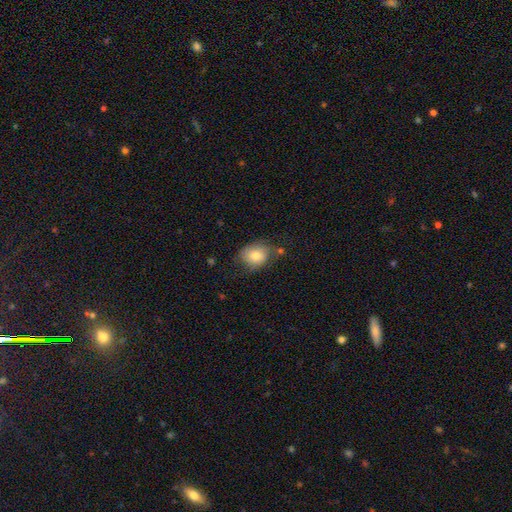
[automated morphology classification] A smooth galaxy with no disk features (74%) that is in between round and cigar-shaped (52%).

Vote fractions:
- Smooth or featured? smooth: 74% / featured or disk: 18% / star or artifact: 8%
- How rounded? in between: 52% / round: 47% / cigar-shaped: 1%
- Merging? none: 57% / minor disturbance: 29% / major disturbance: 10% / merger: 4%